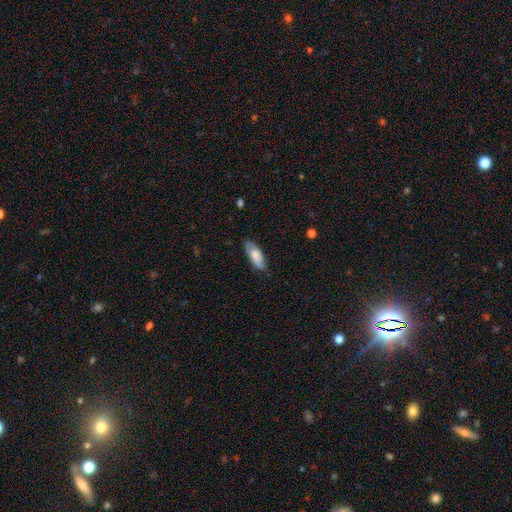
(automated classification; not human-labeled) smooth_or_featured: smooth (p=0.73) [alt: featured or disk p=0.21]
how_rounded: in between (p=0.73) [alt: cigar-shaped p=0.25]
merging: none (p=0.77) [alt: minor disturbance p=0.19]